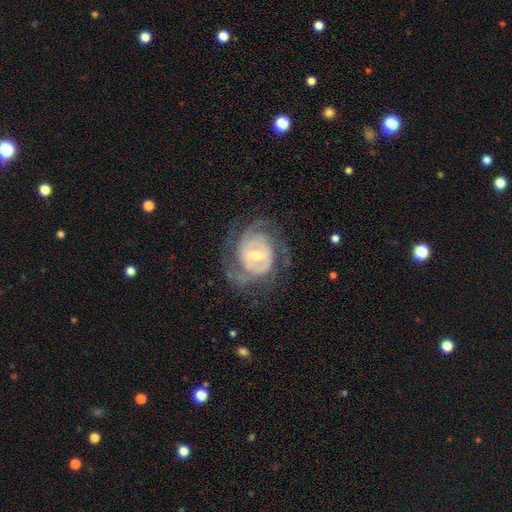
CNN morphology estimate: smooth-or-featured: featured or disk: 86% | smooth: 8% | star or artifact: 5%
  disk-edge-on: no: 97% | yes: 3%
    bar: weak: 53% | strong: 24% | no: 23%
    has-spiral-arms: yes: 93% | no: 7%
      spiral-winding: tight: 65% | medium: 28% | loose: 7%
      spiral-arm-count: can't tell: 33% | 2: 30% | 3: 19% | 4: 8% | 1: 5% | more than 4: 4%
    bulge-size: moderate: 51% | small: 44% | large: 3% | none: 2% | dominant: 1%
  merging: none: 67% | minor disturbance: 19% | major disturbance: 13% | merger: 1%